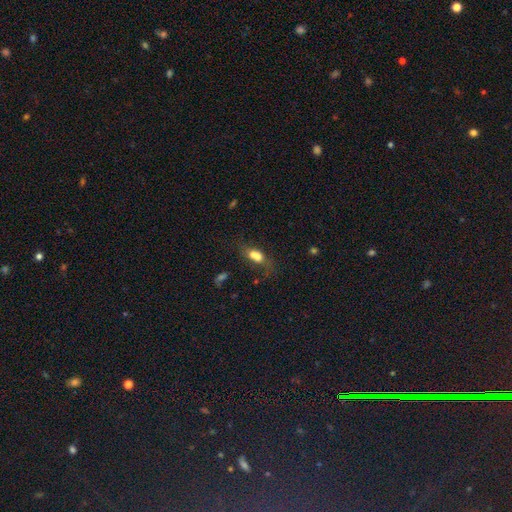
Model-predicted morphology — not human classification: smooth_or_featured: smooth (p=0.68) [alt: featured or disk p=0.19]
how_rounded: in between (p=0.70) [alt: round p=0.21]
merging: merger (p=0.50) [alt: none p=0.27]